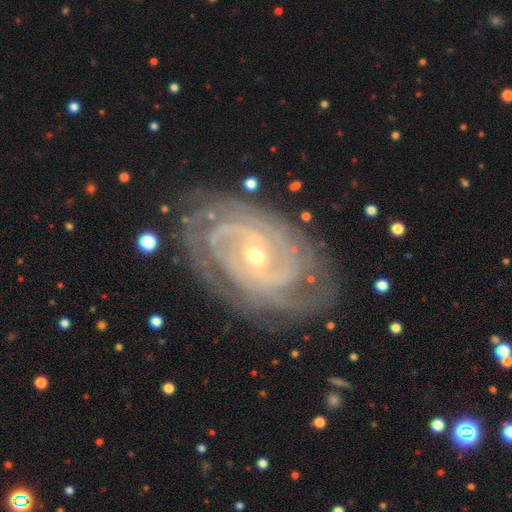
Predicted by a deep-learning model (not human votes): Smooth or featured?
  - featured or disk: 90% *
  - star or artifact: 6%
  - smooth: 4%
Edge-on disk?
  - no: 96% *
  - yes: 4%
Bar?
  - no: 54% *
  - weak: 32%
  - strong: 14%
Spiral arms?
  - yes: 98% *
  - no: 2%
Spiral winding?
  - tight: 73% *
  - medium: 23%
  - loose: 4%
Spiral arm count?
  - 2: 31% *
  - 3: 21%
  - can't tell: 21%
  - 4: 13%
  - more than 4: 8%
  - 1: 6%
Bulge size?
  - small: 65% *
  - moderate: 32%
  - large: 1%
  - none: 1%
  - dominant: 1%
Merging?
  - none: 78% *
  - minor disturbance: 15%
  - major disturbance: 5%
  - merger: 1%